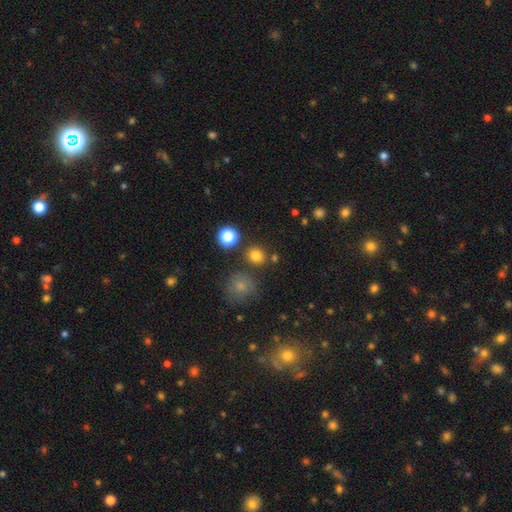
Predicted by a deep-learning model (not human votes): Smooth or featured? Predicted: smooth (p=0.78). How rounded? Predicted: round (p=0.83). Merging? Predicted: none (p=0.81).